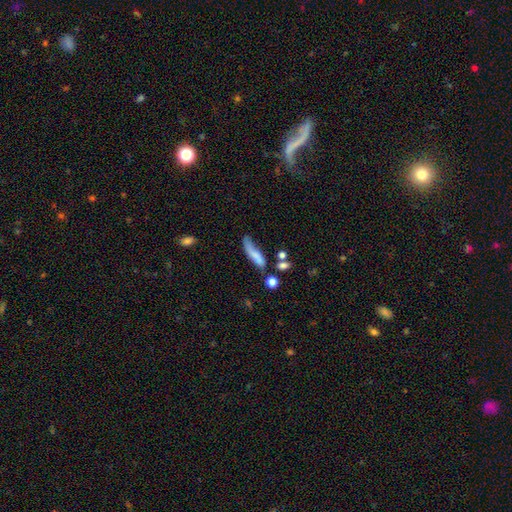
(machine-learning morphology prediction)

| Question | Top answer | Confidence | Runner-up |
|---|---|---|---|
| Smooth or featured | smooth | 67% | featured or disk (25%) |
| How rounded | cigar-shaped | 63% | in between (34%) |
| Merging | none | 38% | minor disturbance (31%) |